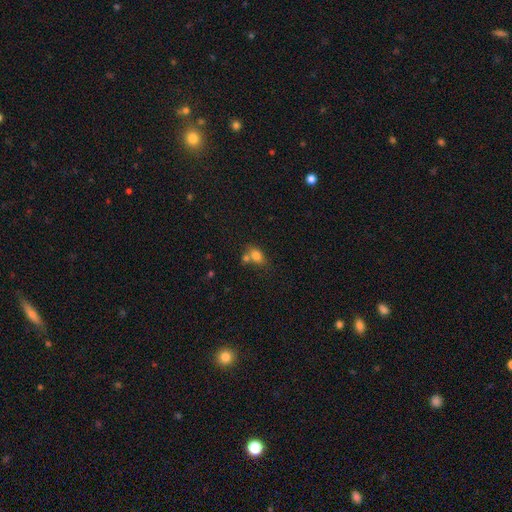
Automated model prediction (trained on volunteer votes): Q: Smooth or featured?
A: smooth (78%); runner-up: featured or disk (11%)
Q: How rounded?
A: in between (76%); runner-up: round (22%)
Q: Merging?
A: none (42%); runner-up: merger (39%)